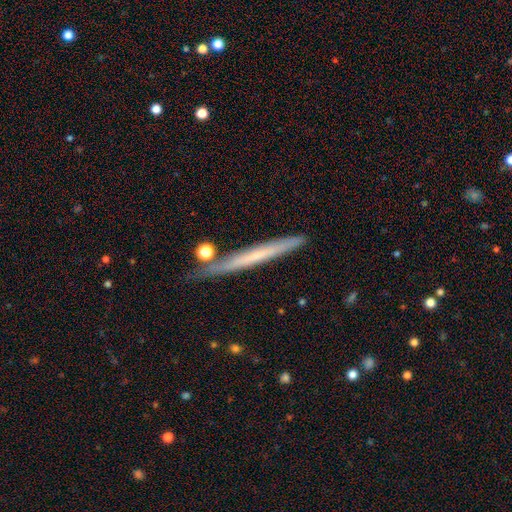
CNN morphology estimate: Smooth or featured? Predicted: featured or disk (p=0.50). Merging? Predicted: none (p=0.80).